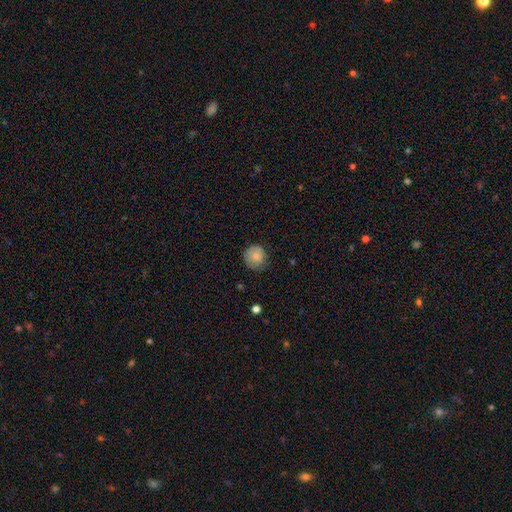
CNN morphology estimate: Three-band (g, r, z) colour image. It shows a smooth galaxy with no disk features (81%) that is round (89%). Merging: none (74%).